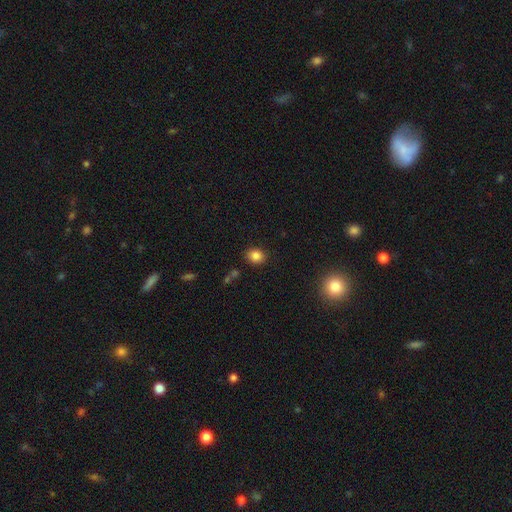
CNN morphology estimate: Overall: smooth (84%). How rounded: round (66%; in between 33%). Merging: none (87%).